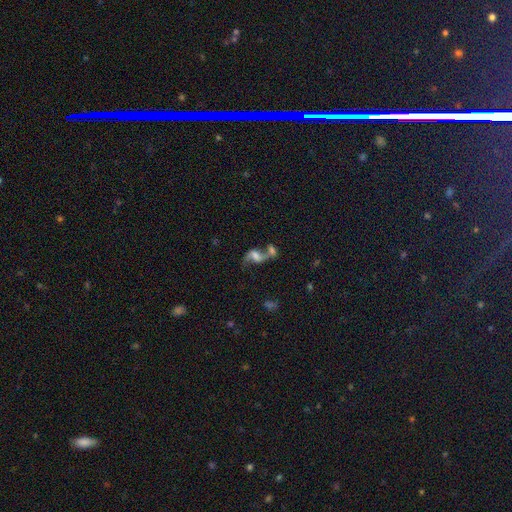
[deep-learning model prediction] A featured or disk galaxy (65%) with no bar (49%), 2 (84%) loose (83%) spiral arms (84%) and a moderate central bulge (28%). Merging: merger (51%).